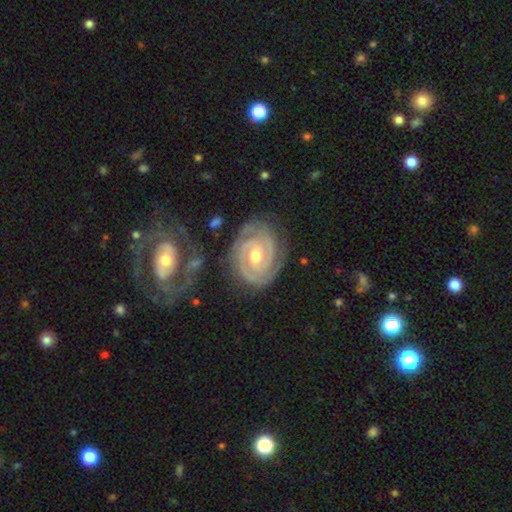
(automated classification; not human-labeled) Smooth or featured: featured or disk — 92% (star or artifact — 4%)
Edge-on disk: no — 97% (yes — 3%)
Bar: no — 52% (weak — 32%)
Spiral arms: yes — 98% (no — 2%)
Spiral winding: tight — 82% (medium — 16%)
Spiral arm count: 2 — 62% (3 — 19%)
Bulge size: moderate — 60% (small — 36%)
Merging: none — 70% (minor disturbance — 16%)